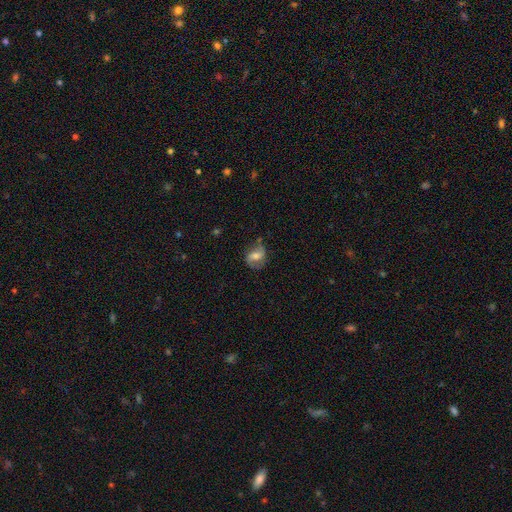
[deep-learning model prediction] Smooth or featured? Predicted: featured or disk (p=0.56). Edge-on disk? Predicted: no (p=0.96). Bar? Predicted: weak (p=0.42). Spiral arms? Predicted: yes (p=0.85). Bulge size? Predicted: moderate (p=0.58). Merging? Predicted: none (p=0.67).